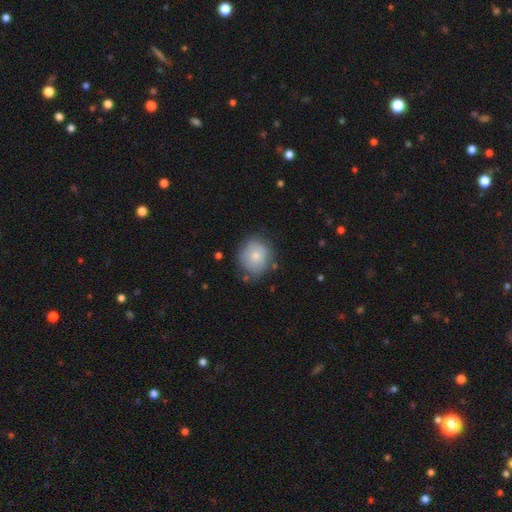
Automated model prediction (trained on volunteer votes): A smooth galaxy with no disk features (70%) that is round (77%).

Vote fractions:
- Smooth or featured? smooth: 70% / featured or disk: 23% / star or artifact: 7%
- How rounded? round: 77% / in between: 22% / cigar-shaped: 1%
- Merging? none: 69% / minor disturbance: 22% / major disturbance: 6% / merger: 3%